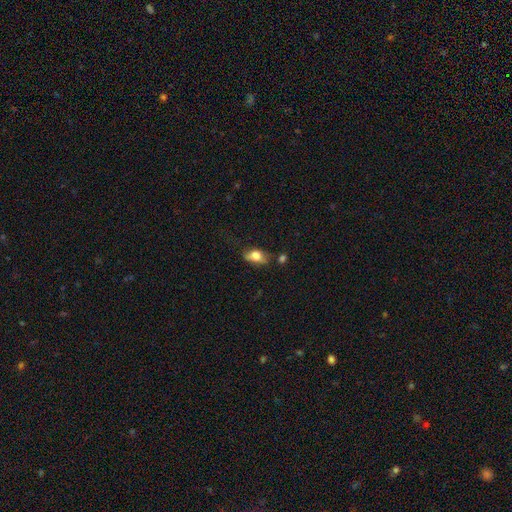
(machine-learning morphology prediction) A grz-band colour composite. It shows a smooth galaxy with no disk features (69%) that is in between round and cigar-shaped (83%). Merging: none (56%).